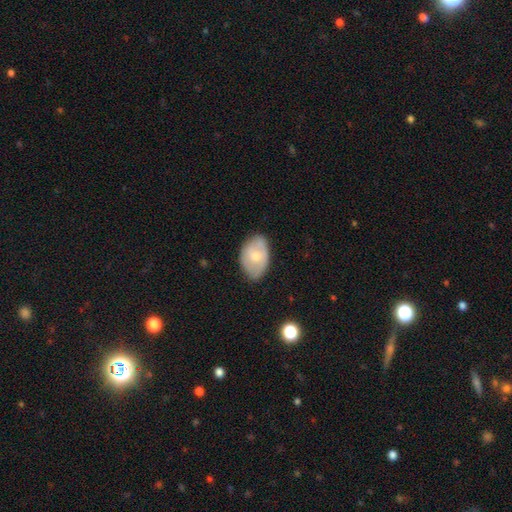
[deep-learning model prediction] Q: Smooth or featured?
A: smooth (59%); runner-up: featured or disk (35%)
Q: How rounded?
A: in between (87%); runner-up: round (12%)
Q: Merging?
A: none (71%); runner-up: minor disturbance (24%)